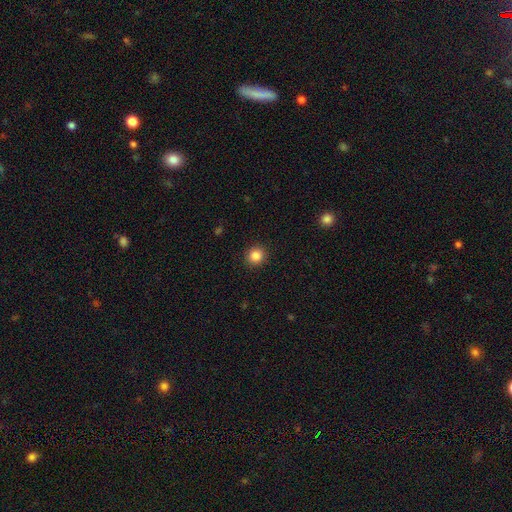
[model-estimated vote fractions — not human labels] smooth_or_featured: smooth (p=0.84) [alt: star or artifact p=0.11]
how_rounded: round (p=0.93) [alt: in between p=0.06]
merging: none (p=0.92) [alt: minor disturbance p=0.05]